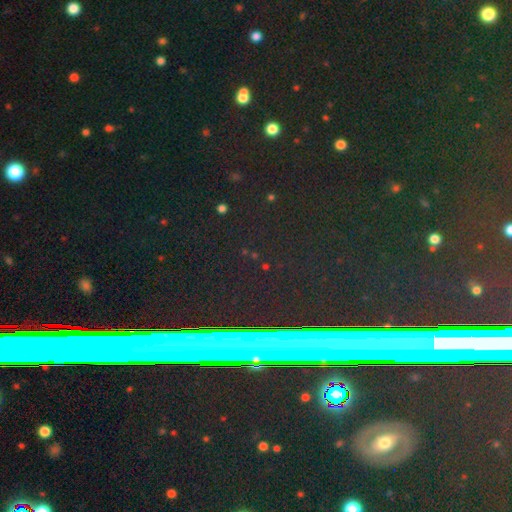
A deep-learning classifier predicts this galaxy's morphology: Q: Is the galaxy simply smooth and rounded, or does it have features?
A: star or artifact — 73%.